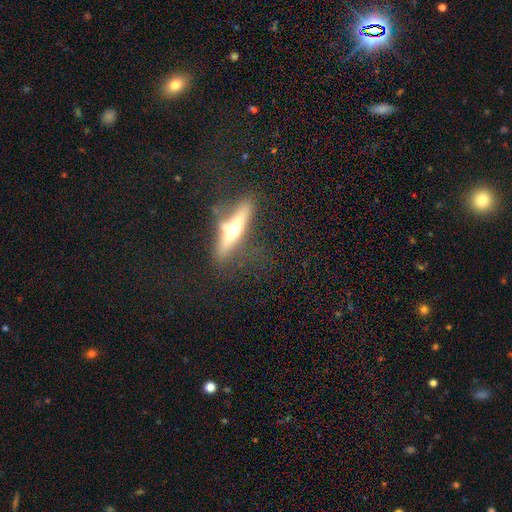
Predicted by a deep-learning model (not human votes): Smooth or featured?
  - featured or disk: 63% *
  - smooth: 26%
  - star or artifact: 10%
Edge-on disk?
  - yes: 92% *
  - no: 8%
Edge-on bulge?
  - rounded: 90% *
  - none: 5%
  - boxy: 5%
Merging?
  - none: 67% *
  - minor disturbance: 18%
  - major disturbance: 12%
  - merger: 4%